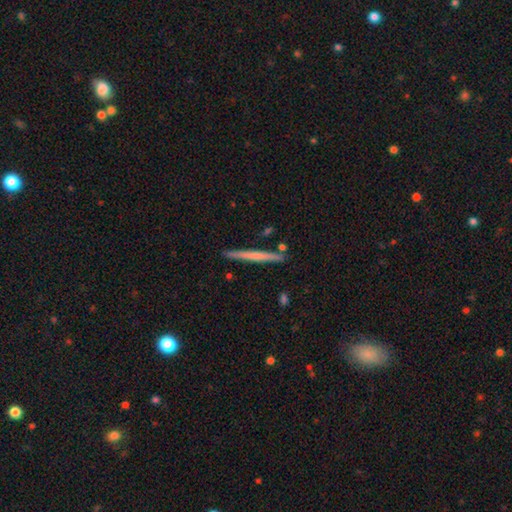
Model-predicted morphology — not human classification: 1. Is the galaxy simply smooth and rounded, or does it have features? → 51% smooth, 44% featured or disk, 5% star or artifact.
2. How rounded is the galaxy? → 97% cigar-shaped, 2% in between, 1% round.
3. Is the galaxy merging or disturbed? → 89% none, 7% minor disturbance, 3% merger, 1% major disturbance.